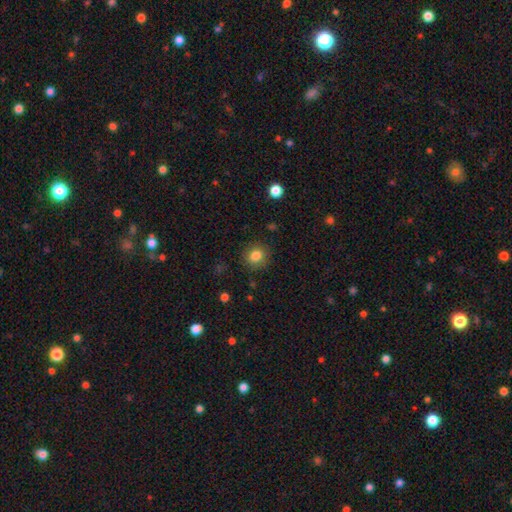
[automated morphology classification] The model was most divided on "how rounded": round: 82%, in between: 17%, cigar-shaped: 1%. More confident: merging — none (86%); smooth or featured — smooth (83%).